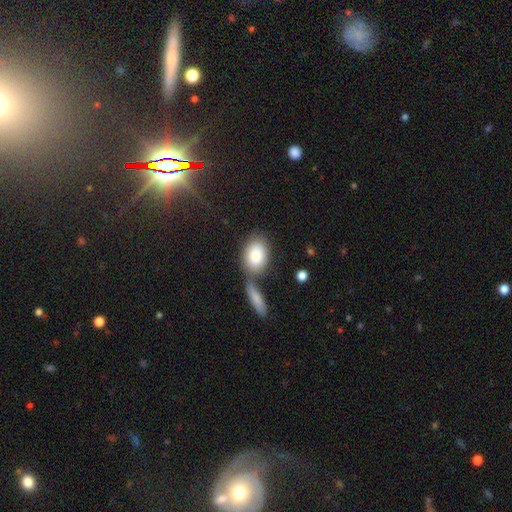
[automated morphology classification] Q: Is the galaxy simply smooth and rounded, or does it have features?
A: smooth — 82%.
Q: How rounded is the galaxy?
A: in between — 79%.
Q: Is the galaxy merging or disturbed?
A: none — 54%.